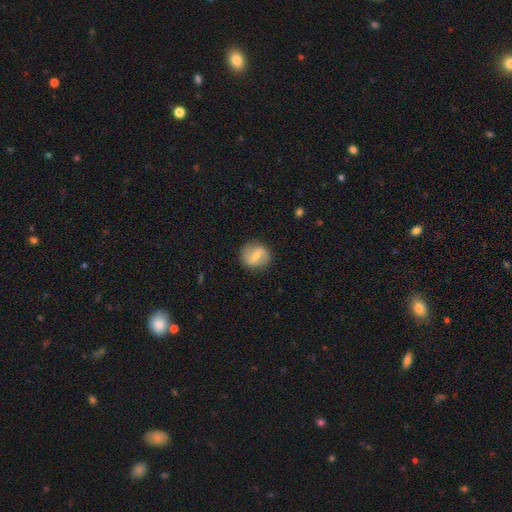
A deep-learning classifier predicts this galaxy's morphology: A featured or disk galaxy (55%) with a weak bar (45%), spiral arms (71%) and a small central bulge (53%).

Vote fractions:
- Smooth or featured? featured or disk: 55% / smooth: 38% / star or artifact: 7%
- Edge-on disk? no: 96% / yes: 4%
- Bar? weak: 45% / strong: 36% / no: 19%
- Spiral arms? yes: 71% / no: 29%
- Bulge size? small: 53% / moderate: 41% / none: 3% / large: 2% / dominant: 1%
- Merging? none: 85% / minor disturbance: 11% / major disturbance: 3% / merger: 1%